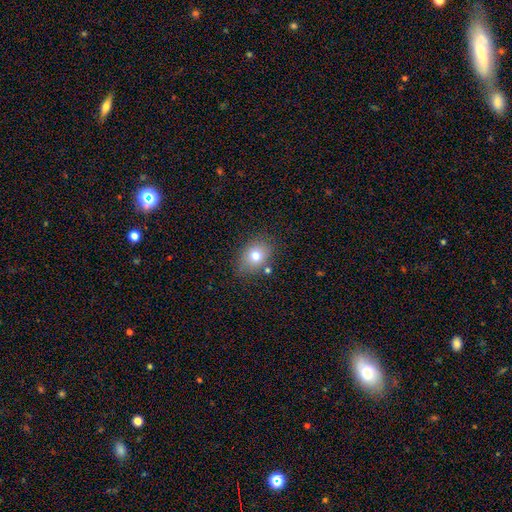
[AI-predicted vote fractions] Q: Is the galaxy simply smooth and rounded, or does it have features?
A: smooth — 75%.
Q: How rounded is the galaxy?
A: in between — 57%.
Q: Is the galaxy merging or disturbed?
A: none — 74%.